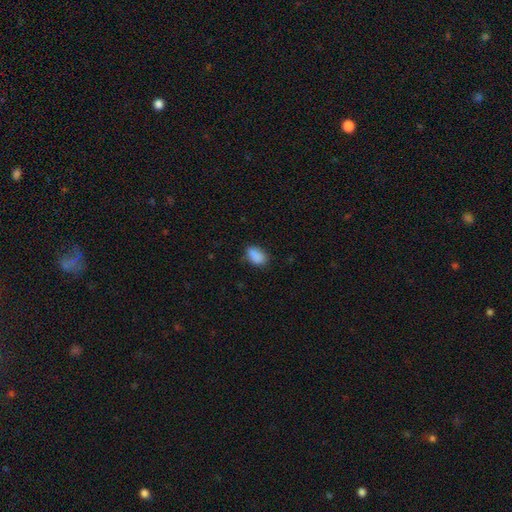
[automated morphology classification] This appears to be a smooth galaxy with no disk features (88%) that is in between round and cigar-shaped (89%). Merging: none (75%).